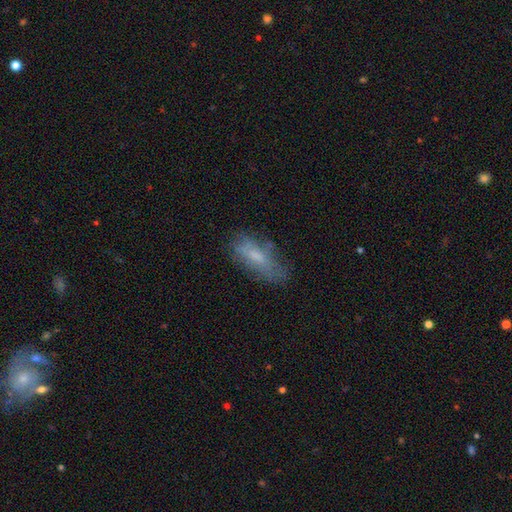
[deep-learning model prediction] Smooth or featured?
  - smooth: 60% *
  - featured or disk: 32%
  - star or artifact: 9%
How rounded?
  - in between: 70% *
  - cigar-shaped: 28%
  - round: 2%
Merging?
  - none: 59% *
  - minor disturbance: 27%
  - major disturbance: 12%
  - merger: 3%